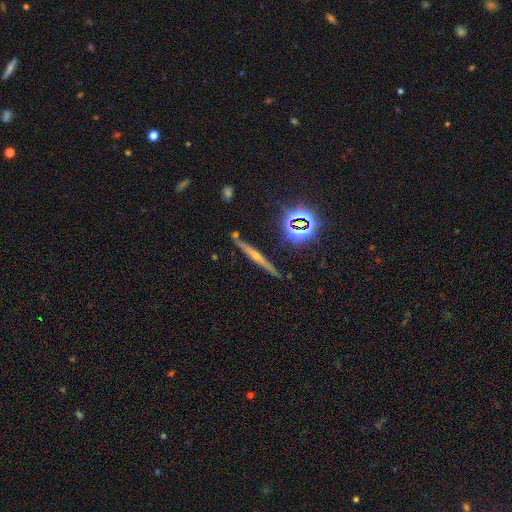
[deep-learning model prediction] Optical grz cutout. It shows a featured or disk galaxy (56%) viewed edge-on (95%) with a rounded central bulge (60%). Merging: none (86%).